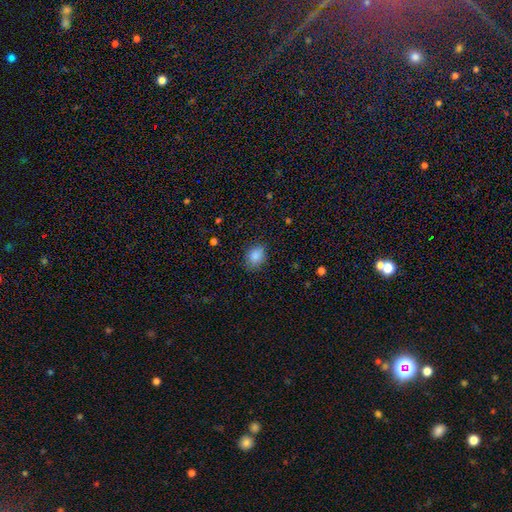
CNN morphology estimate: The model was most divided on "how rounded": round: 52%, in between: 46%, cigar-shaped: 1%. More confident: smooth or featured — smooth (86%); merging — none (82%).